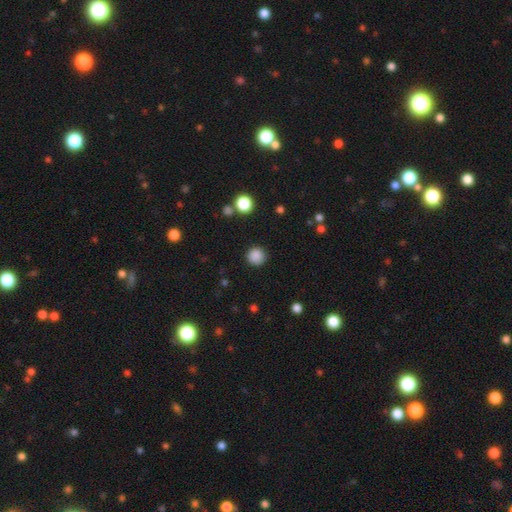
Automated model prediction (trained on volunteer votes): Smooth or featured: smooth — 86% (star or artifact — 11%)
How rounded: round — 94% (in between — 5%)
Merging: none — 88% (minor disturbance — 8%)